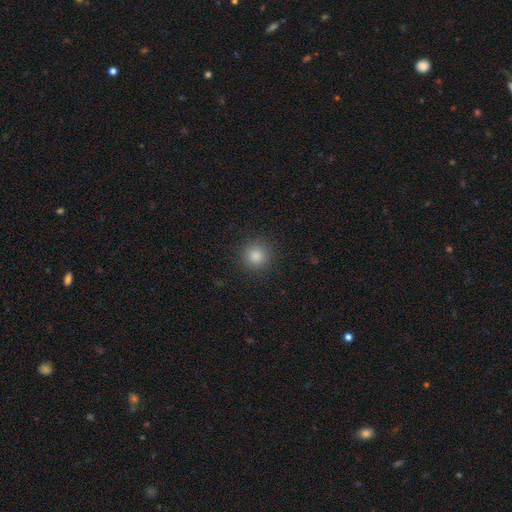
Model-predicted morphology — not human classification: The model was most divided on "smooth or featured": smooth: 83%, star or artifact: 13%, featured or disk: 4%. More confident: how rounded — round (95%); merging — none (92%).